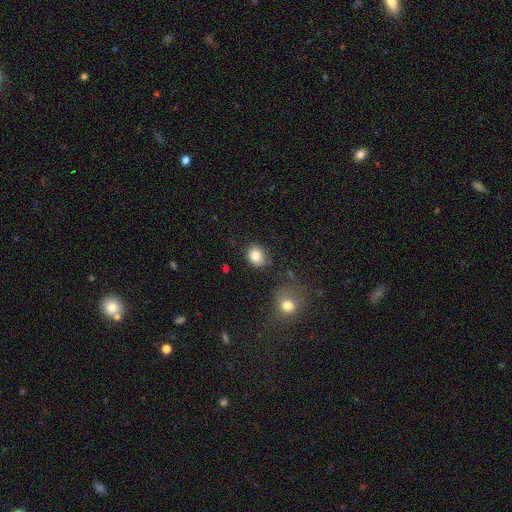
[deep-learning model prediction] Q: Smooth or featured?
A: smooth (83%); runner-up: star or artifact (10%)
Q: How rounded?
A: round (51%); runner-up: in between (48%)
Q: Merging?
A: none (81%); runner-up: minor disturbance (13%)